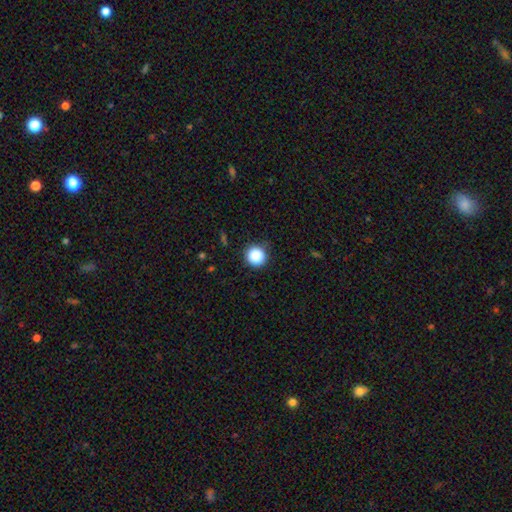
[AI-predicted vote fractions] Q: Smooth or featured?
A: smooth (87%); runner-up: star or artifact (10%)
Q: How rounded?
A: round (95%); runner-up: in between (4%)
Q: Merging?
A: none (89%); runner-up: minor disturbance (8%)